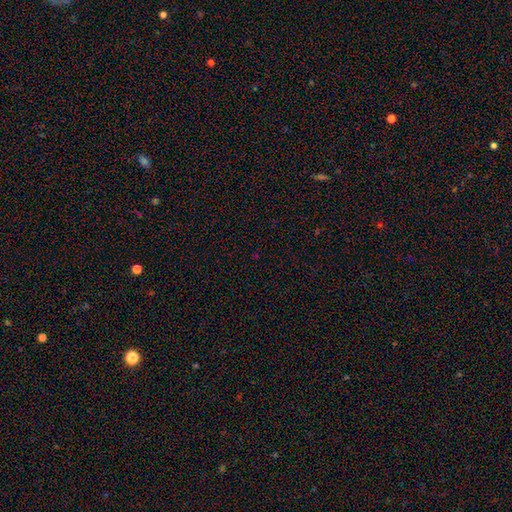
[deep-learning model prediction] Morphology: type=star or artifact (64%).